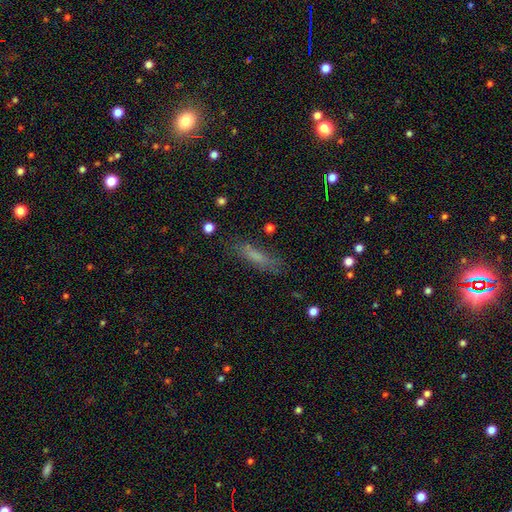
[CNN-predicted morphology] smooth_or_featured: smooth (p=0.65) [alt: featured or disk p=0.22]
how_rounded: cigar-shaped (p=0.73) [alt: in between p=0.24]
merging: none (p=0.74) [alt: minor disturbance p=0.17]